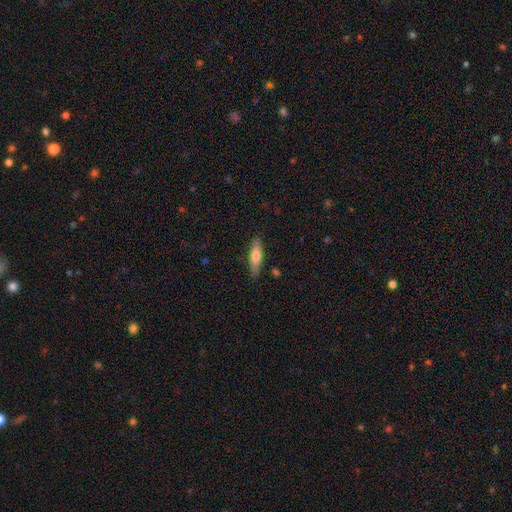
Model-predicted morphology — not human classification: This is likely a smooth galaxy (65%). How rounded: likely cigar-shaped (63%). Merging: clearly none (84%).